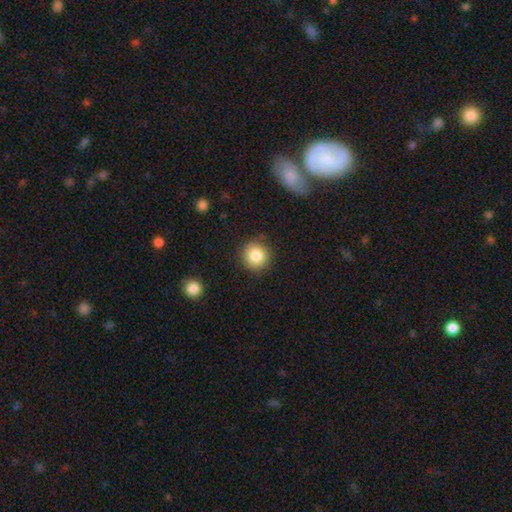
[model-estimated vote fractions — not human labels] Smooth or featured? smooth (84%)
How rounded? round (93%)
Merging? none (86%)